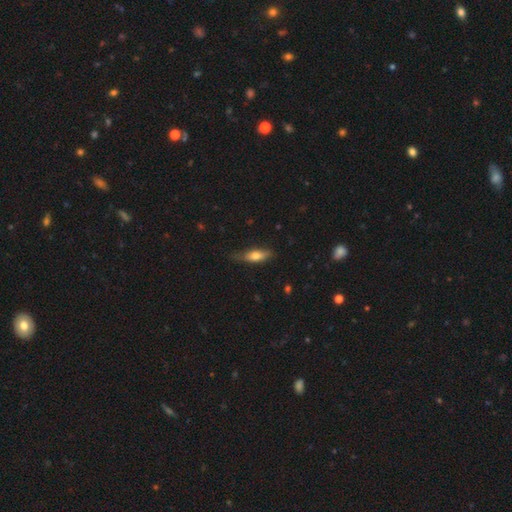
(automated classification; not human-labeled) Smooth or featured? smooth (67%)
How rounded? in between (56%)
Merging? none (66%)